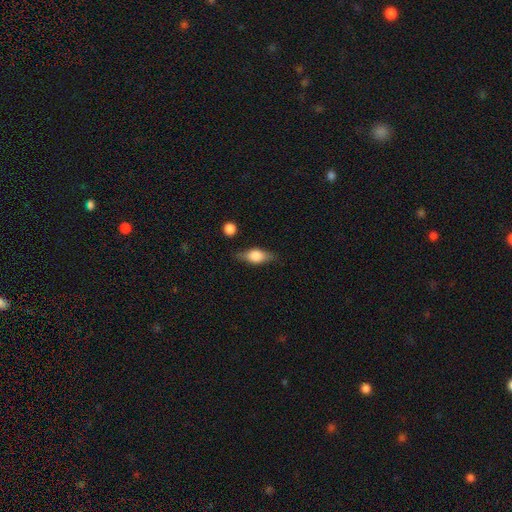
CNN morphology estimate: A smooth galaxy with no disk features (58%) that is in between round and cigar-shaped (75%). Merging: none (72%).